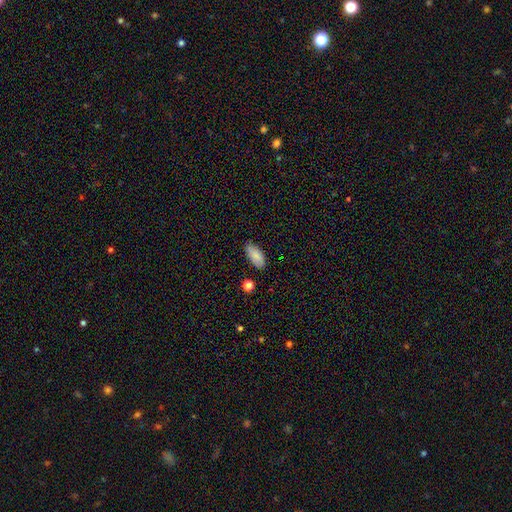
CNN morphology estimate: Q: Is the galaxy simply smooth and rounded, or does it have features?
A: smooth — 85%.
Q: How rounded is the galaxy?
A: in between — 91%.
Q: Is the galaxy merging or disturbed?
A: none — 80%.